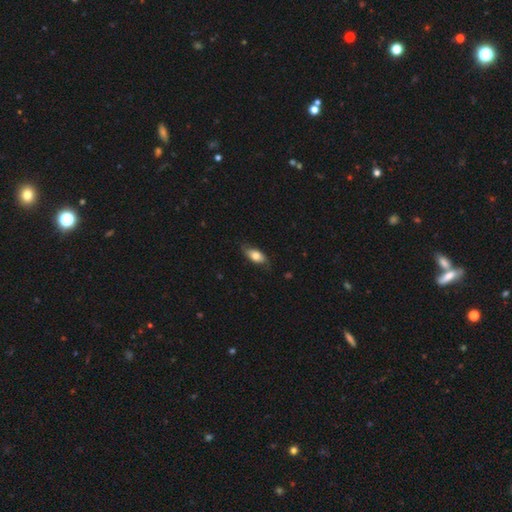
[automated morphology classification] The model was most divided on "smooth or featured": smooth: 71%, featured or disk: 23%, star or artifact: 6%. More confident: how rounded — in between (85%); merging — none (73%).